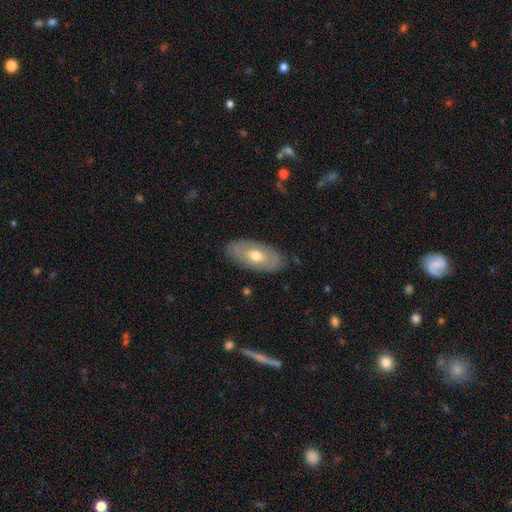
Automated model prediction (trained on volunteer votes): smooth-or-featured: smooth: 52% | featured or disk: 42% | star or artifact: 6%
  how-rounded: in between: 92% | cigar-shaped: 5% | round: 3%
  merging: none: 83% | minor disturbance: 13% | major disturbance: 3% | merger: 1%